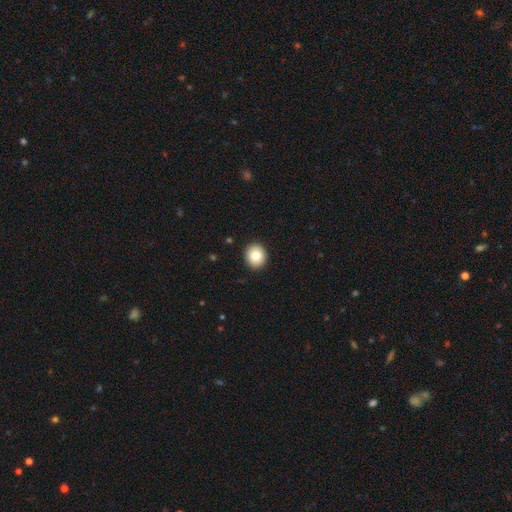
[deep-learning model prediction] smooth-or-featured: smooth: 82% | featured or disk: 9% | star or artifact: 9%
  how-rounded: round: 81% | in between: 18% | cigar-shaped: 1%
  merging: none: 92% | minor disturbance: 5% | major disturbance: 2% | merger: 1%